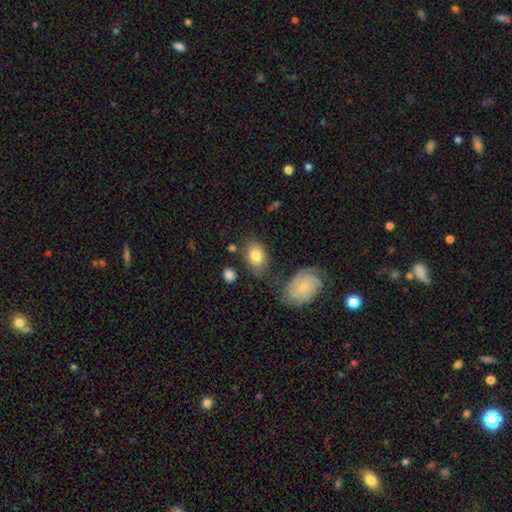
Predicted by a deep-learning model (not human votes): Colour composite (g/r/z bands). It shows a smooth galaxy with no disk features (77%) that is in between round and cigar-shaped (78%). Merging: none (65%).